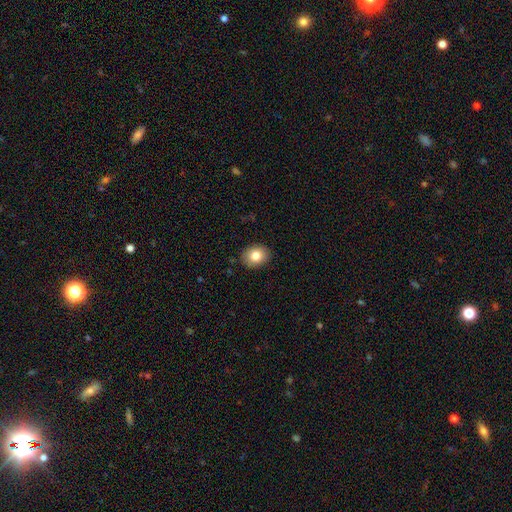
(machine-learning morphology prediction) This is clearly a smooth galaxy (82%). How rounded: possibly in between (53%). Merging: clearly none (88%).